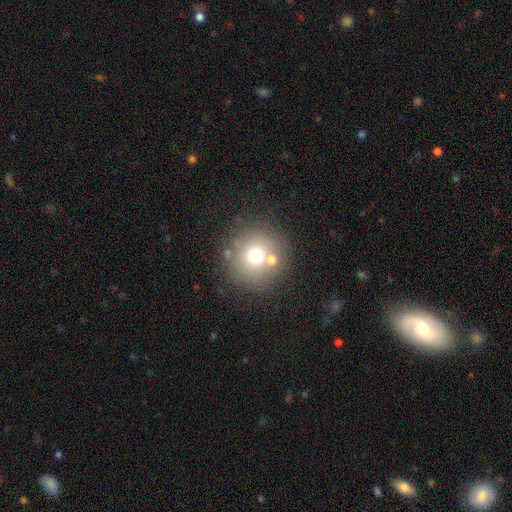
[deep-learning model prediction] Q: Smooth or featured?
A: smooth (66%); runner-up: featured or disk (18%)
Q: How rounded?
A: round (93%); runner-up: in between (6%)
Q: Merging?
A: none (72%); runner-up: merger (15%)